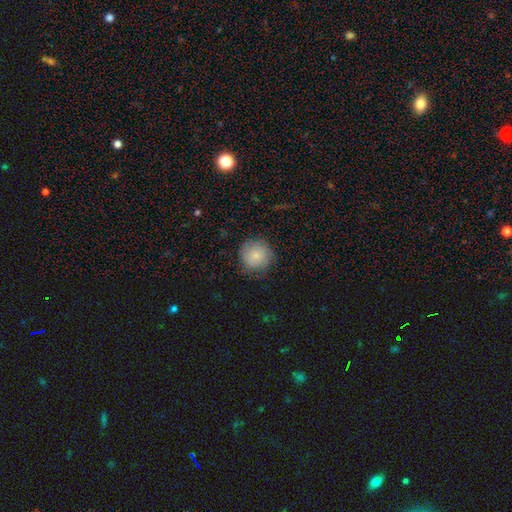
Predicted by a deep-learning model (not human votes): Morphology: type=smooth (80%); roundness=round (93%); merging=none (79%).